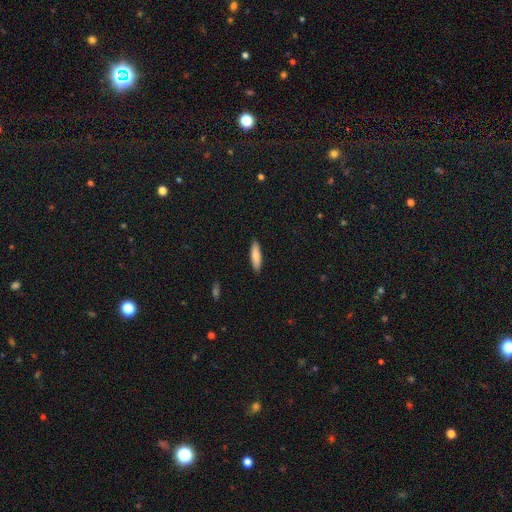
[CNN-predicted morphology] This appears to be a smooth galaxy with no disk features (83%) that is cigar-shaped (65%). Merging: none (90%).